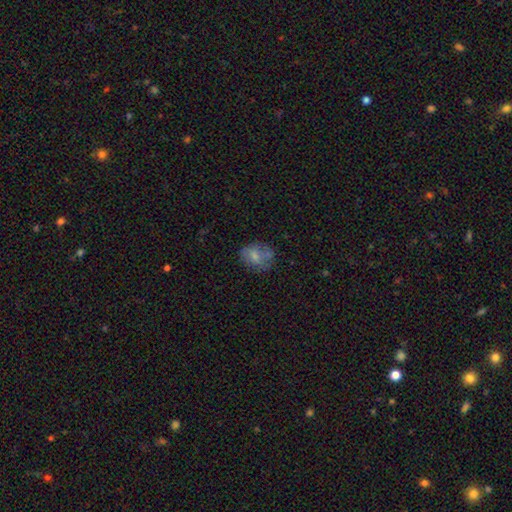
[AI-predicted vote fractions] Q: Smooth or featured?
A: smooth (65%); runner-up: featured or disk (26%)
Q: How rounded?
A: round (51%); runner-up: in between (47%)
Q: Merging?
A: none (61%); runner-up: minor disturbance (23%)